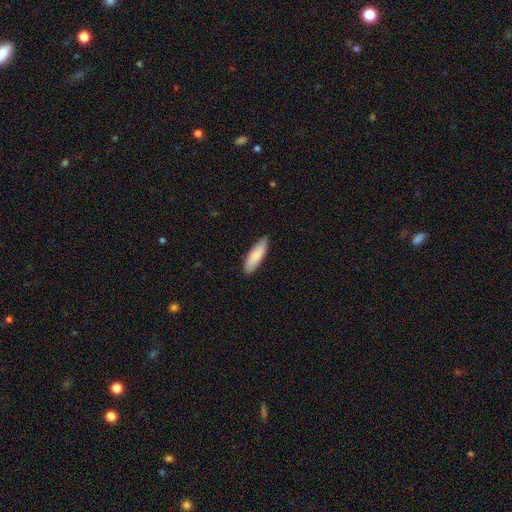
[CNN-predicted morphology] Smooth or featured?
  - smooth: 84% *
  - featured or disk: 11%
  - star or artifact: 5%
How rounded?
  - cigar-shaped: 50% *
  - in between: 49%
  - round: 1%
Merging?
  - none: 86% *
  - minor disturbance: 11%
  - major disturbance: 2%
  - merger: 1%